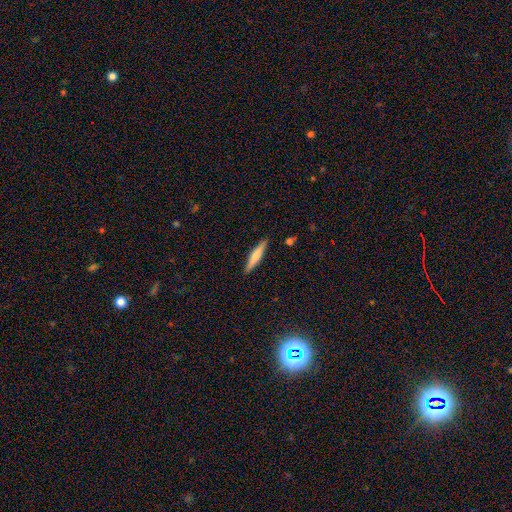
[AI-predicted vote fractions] Overall: smooth (58%; featured or disk 36%). How rounded: cigar-shaped (88%). Merging: none (90%).